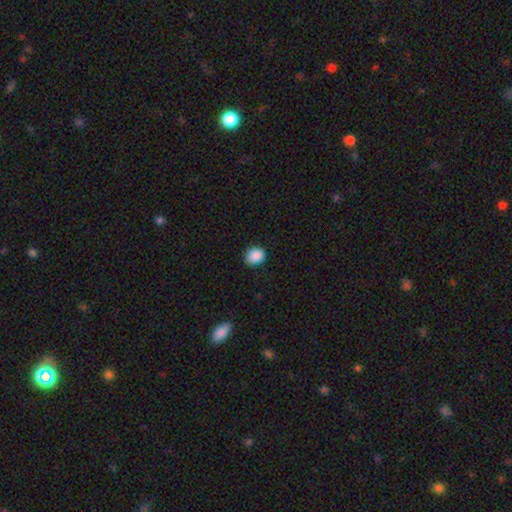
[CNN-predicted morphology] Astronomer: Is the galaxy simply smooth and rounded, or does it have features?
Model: smooth — 89%.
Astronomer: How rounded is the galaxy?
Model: round — 66%.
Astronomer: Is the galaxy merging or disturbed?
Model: none — 86%.